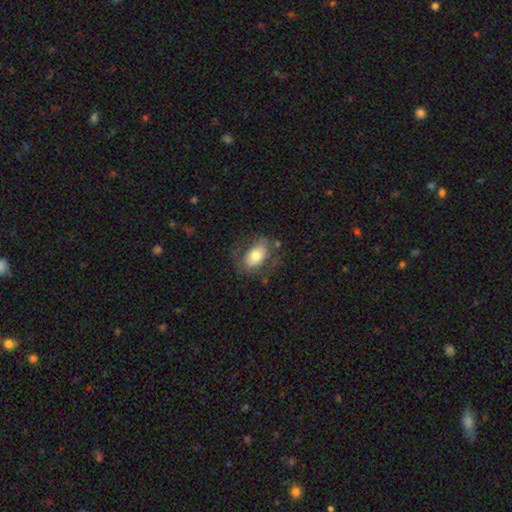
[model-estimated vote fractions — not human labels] Q: Smooth or featured?
A: smooth (66%); runner-up: featured or disk (27%)
Q: How rounded?
A: in between (87%); runner-up: round (11%)
Q: Merging?
A: none (63%); runner-up: minor disturbance (21%)